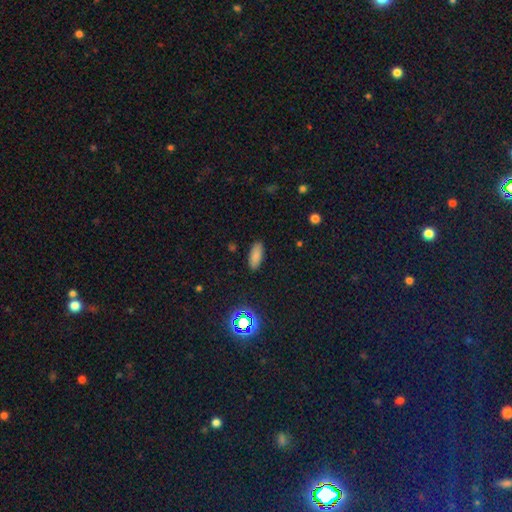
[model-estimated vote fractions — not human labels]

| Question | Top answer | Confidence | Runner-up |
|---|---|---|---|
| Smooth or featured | smooth | 82% | star or artifact (12%) |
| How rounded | in between | 78% | cigar-shaped (20%) |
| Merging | none | 89% | minor disturbance (8%) |